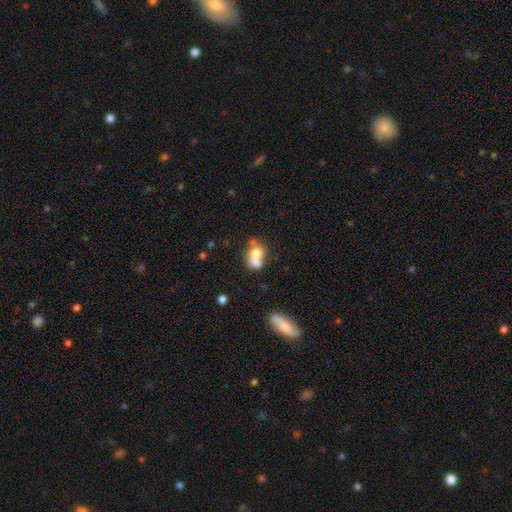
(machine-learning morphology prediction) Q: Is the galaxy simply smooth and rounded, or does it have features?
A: smooth — 67%.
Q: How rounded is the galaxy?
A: in between — 54%.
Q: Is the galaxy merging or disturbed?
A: merger — 62%.